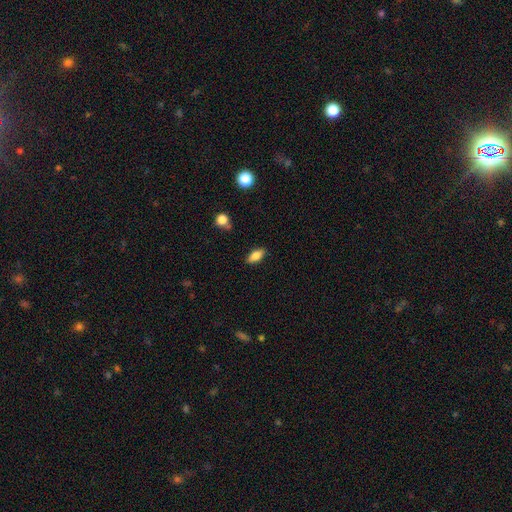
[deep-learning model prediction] The model was most divided on "smooth or featured": smooth: 77%, featured or disk: 15%, star or artifact: 8%. More confident: how rounded — in between (86%); merging — none (85%).